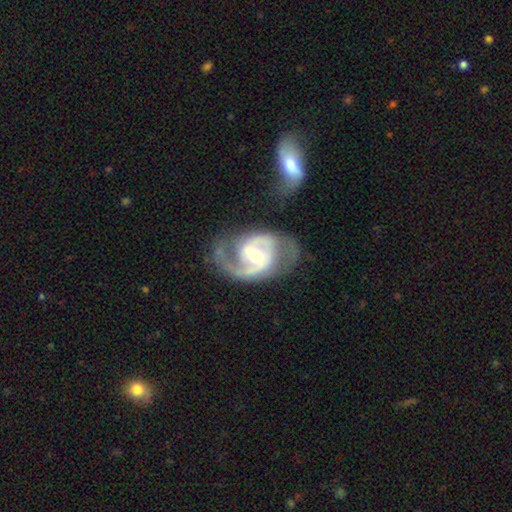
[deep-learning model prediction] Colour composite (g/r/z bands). It shows a featured or disk galaxy (90%) with a weak bar (48%), 2 (85%) medium (57%) spiral arms (97%) and a moderate central bulge (63%). Merging: none (63%).